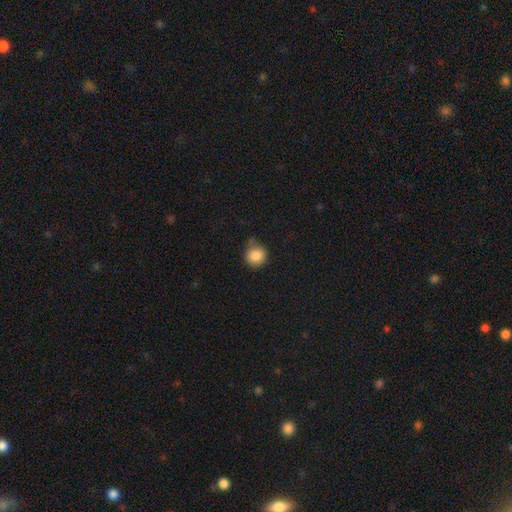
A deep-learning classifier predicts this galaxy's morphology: Overall: smooth (85%). How rounded: round (87%). Merging: none (65%).